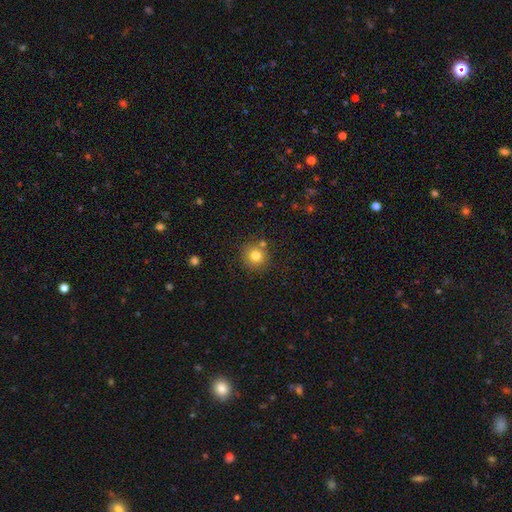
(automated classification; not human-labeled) Smooth or featured? Predicted: smooth (p=0.79). How rounded? Predicted: round (p=0.91). Merging? Predicted: none (p=0.78).